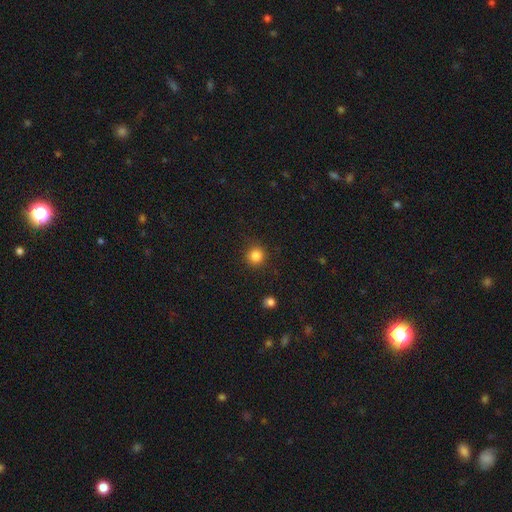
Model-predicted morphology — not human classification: This is clearly a smooth galaxy (84%). How rounded: clearly round (93%). Merging: clearly none (88%).